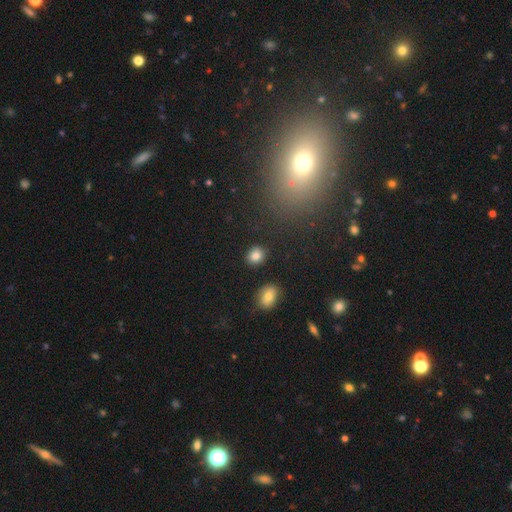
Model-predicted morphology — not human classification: A smooth galaxy with no disk features (83%) that is round (62%). Merging: none (85%).